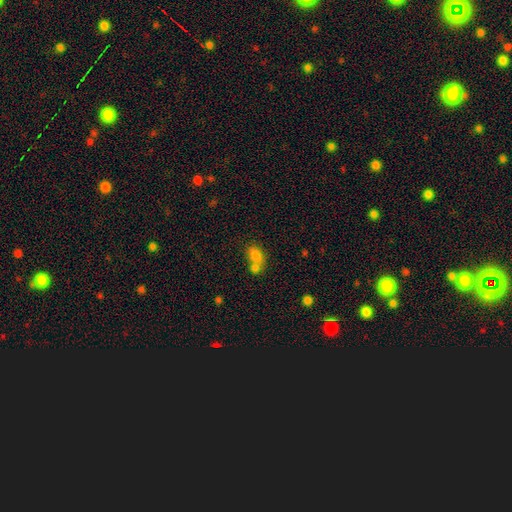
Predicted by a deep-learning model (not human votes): This appears to be a smooth galaxy with no disk features (79%) that is in between round and cigar-shaped (76%). Merging: merger (52%).